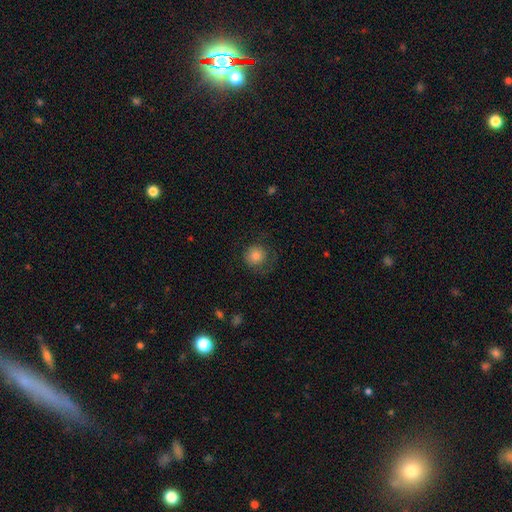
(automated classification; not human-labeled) The model was most divided on "merging": none: 68%, minor disturbance: 18%, major disturbance: 14%, merger: 1%. More confident: how rounded — round (91%); smooth or featured — smooth (81%).